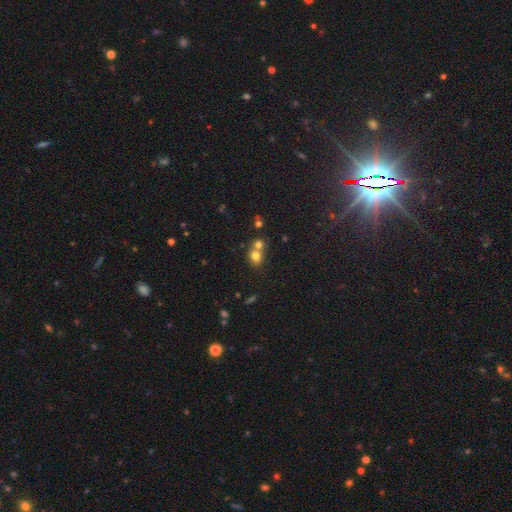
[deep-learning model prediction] This appears to be a smooth galaxy with no disk features (74%) that is round (63%). Merging: merger (53%).